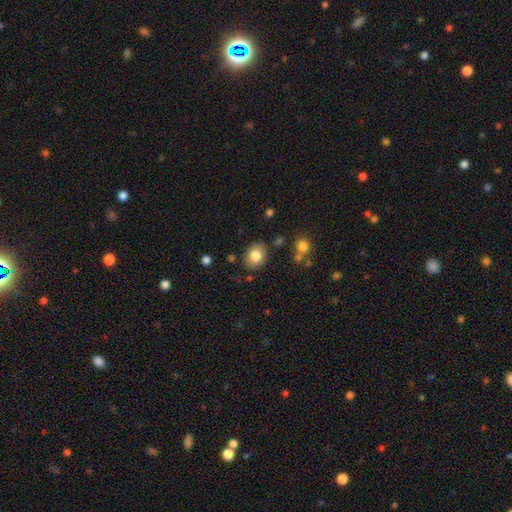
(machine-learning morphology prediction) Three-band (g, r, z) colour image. It shows a smooth galaxy with no disk features (81%) that is round (51%). Merging: none (83%).